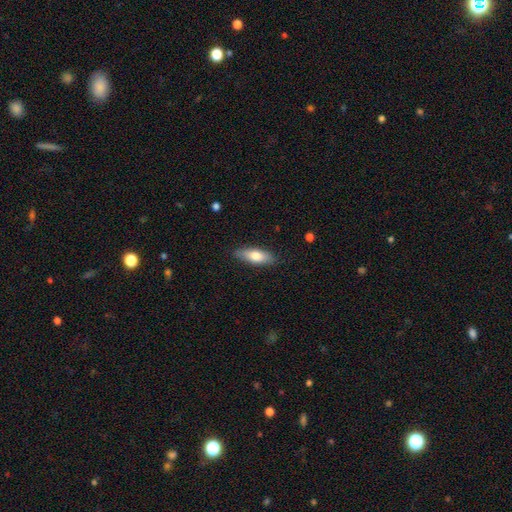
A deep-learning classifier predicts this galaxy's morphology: The model was most divided on "how rounded": in between: 64%, cigar-shaped: 34%, round: 2%. More confident: merging — none (85%); smooth or featured — smooth (72%).